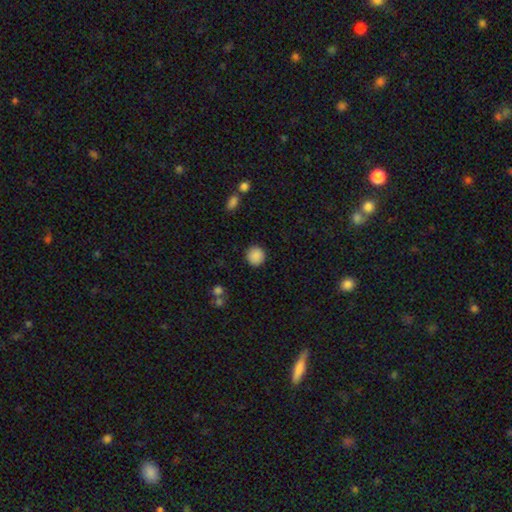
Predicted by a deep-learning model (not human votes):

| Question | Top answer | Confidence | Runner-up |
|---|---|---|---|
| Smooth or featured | smooth | 88% | star or artifact (9%) |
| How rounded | round | 93% | in between (6%) |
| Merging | none | 91% | minor disturbance (6%) |